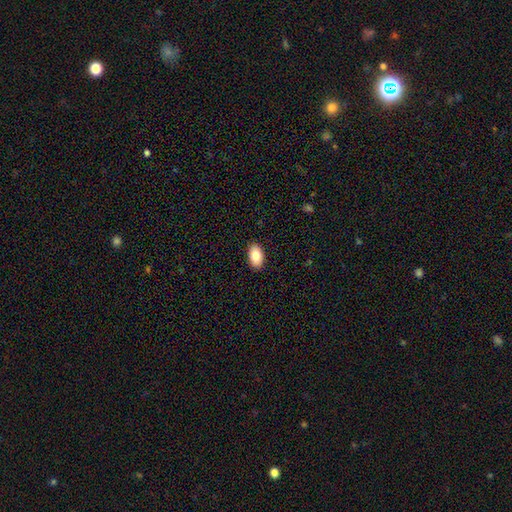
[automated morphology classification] Smooth or featured? Predicted: smooth (p=0.84). How rounded? Predicted: in between (p=0.93). Merging? Predicted: none (p=0.90).